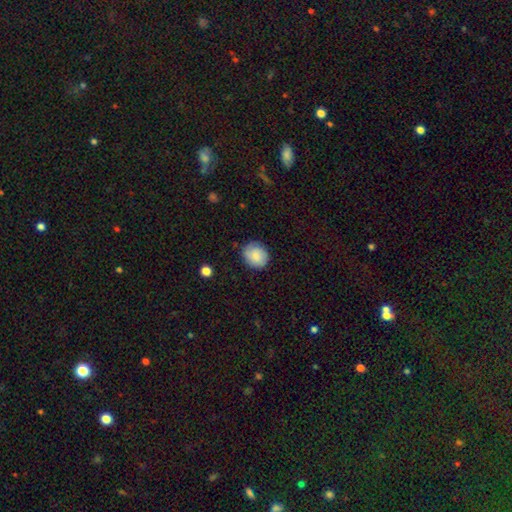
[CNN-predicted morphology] Smooth or featured: smooth — 78% (featured or disk — 15%)
How rounded: round — 78% (in between — 21%)
Merging: none — 79% (minor disturbance — 16%)